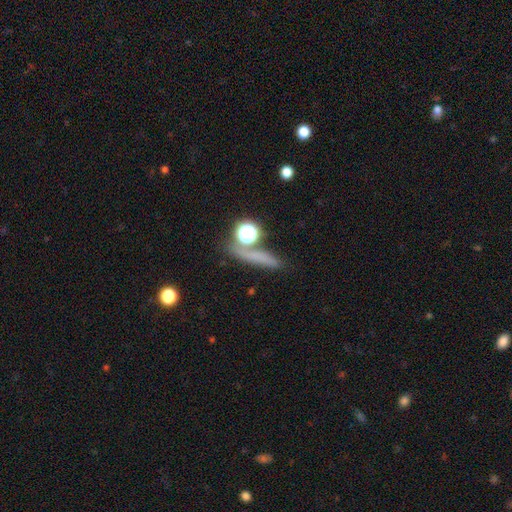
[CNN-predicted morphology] A smooth galaxy with no disk features (53%) that is cigar-shaped (57%). Merging: none (72%).